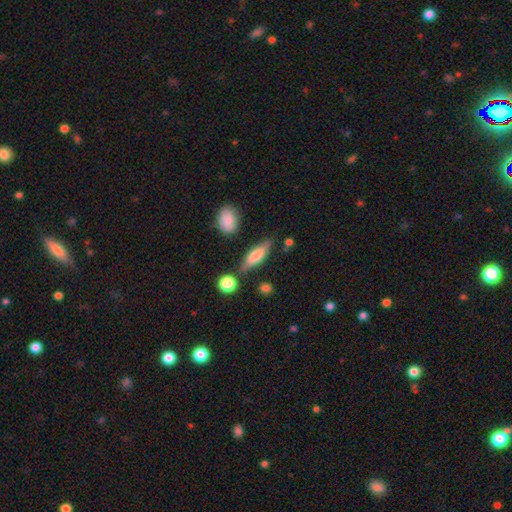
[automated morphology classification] A smooth galaxy with no disk features (54%) that is cigar-shaped (58%). Merging: none (76%).